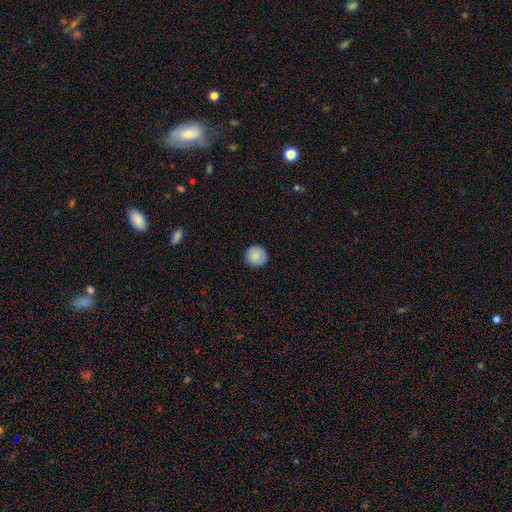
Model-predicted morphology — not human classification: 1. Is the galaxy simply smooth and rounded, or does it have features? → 88% smooth, 8% star or artifact, 5% featured or disk.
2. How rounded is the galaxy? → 93% round, 6% in between, 1% cigar-shaped.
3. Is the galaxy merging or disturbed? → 91% none, 7% minor disturbance, 2% major disturbance, 1% merger.